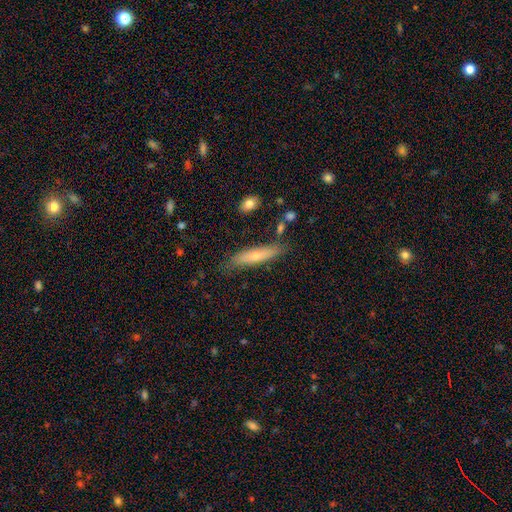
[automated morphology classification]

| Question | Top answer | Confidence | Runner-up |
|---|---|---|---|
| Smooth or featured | smooth | 54% | featured or disk (38%) |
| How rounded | cigar-shaped | 82% | in between (17%) |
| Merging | none | 80% | minor disturbance (14%) |